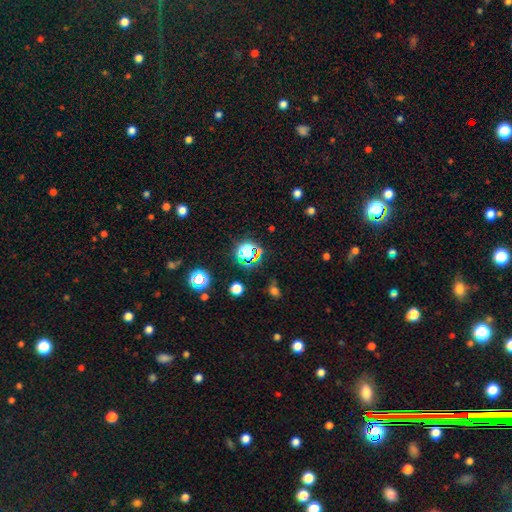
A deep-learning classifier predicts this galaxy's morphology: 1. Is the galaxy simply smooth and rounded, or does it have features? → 63% star or artifact, 28% smooth, 9% featured or disk.